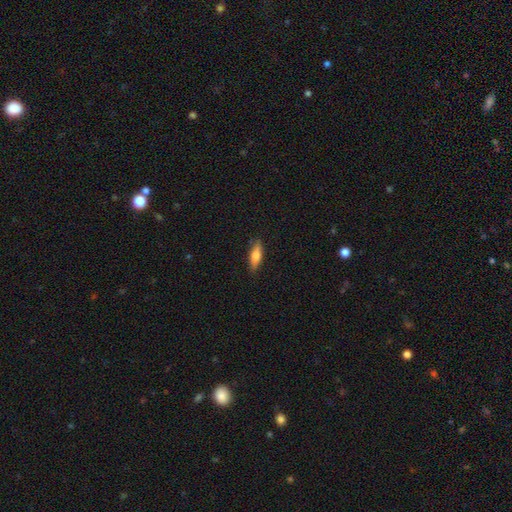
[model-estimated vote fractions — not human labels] smooth 69%, featured or disk 24%, star or artifact 6%. Down the decision tree: how rounded — cigar-shaped (51%); merging — none (83%).